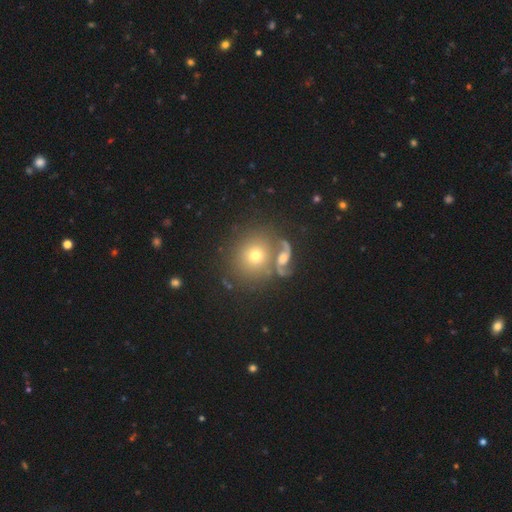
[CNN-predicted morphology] Overall: smooth (62%; featured or disk 25%). How rounded: round (84%). Merging: none (57%; merger 26%).